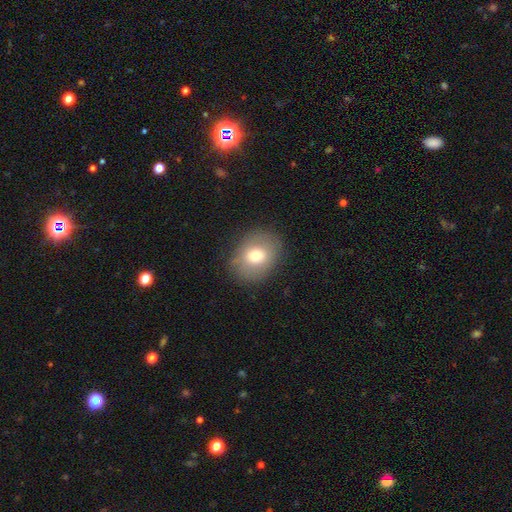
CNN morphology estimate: Smooth or featured? Predicted: smooth (p=0.72). How rounded? Predicted: in between (p=0.52). Merging? Predicted: none (p=0.81).